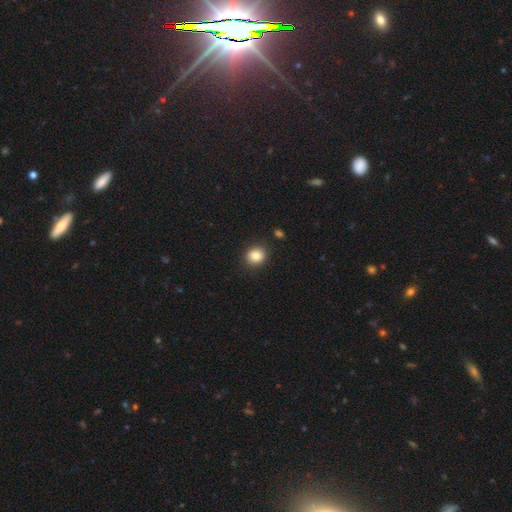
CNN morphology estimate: A smooth galaxy with no disk features (85%) that is round (82%). Merging: none (88%).